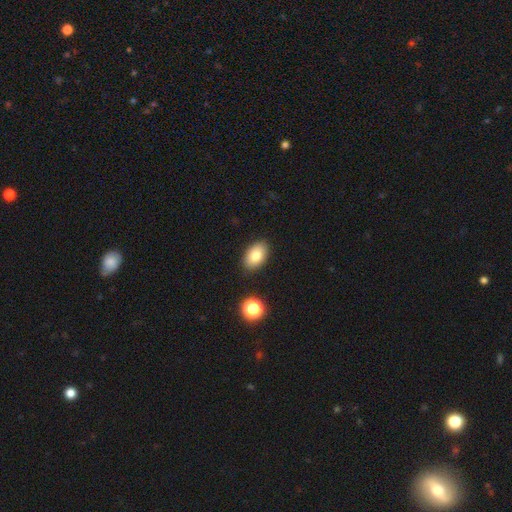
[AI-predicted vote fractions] The model was most divided on "smooth or featured": smooth: 81%, featured or disk: 11%, star or artifact: 9%. More confident: how rounded — in between (89%); merging — none (87%).